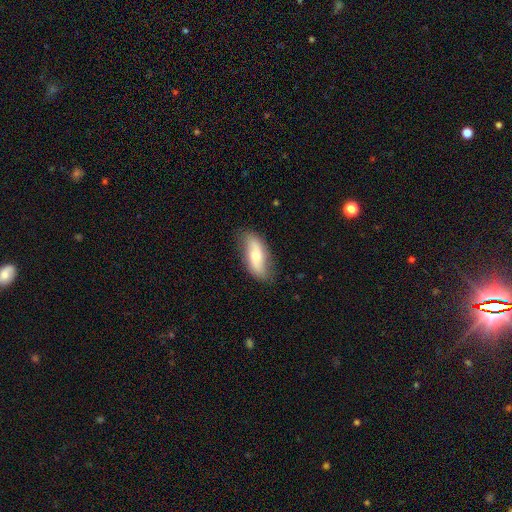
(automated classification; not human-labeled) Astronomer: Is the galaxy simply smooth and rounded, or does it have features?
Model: smooth — 53% (runner-up: featured or disk, 41%).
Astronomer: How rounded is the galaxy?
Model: in between — 77%.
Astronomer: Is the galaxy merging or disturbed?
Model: none — 79%.